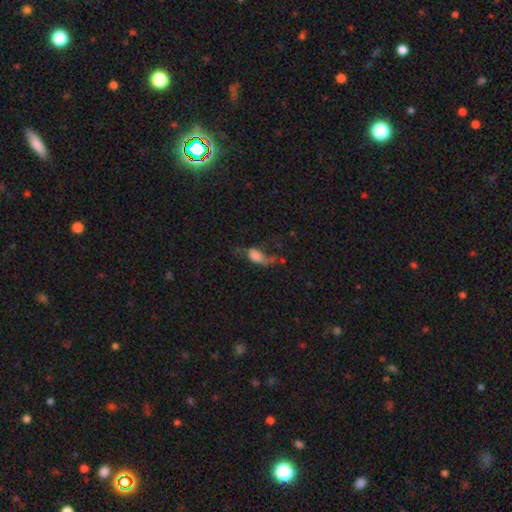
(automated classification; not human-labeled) A smooth galaxy with no disk features (61%) that is in between round and cigar-shaped (80%).

Vote fractions:
- Smooth or featured? smooth: 61% / featured or disk: 27% / star or artifact: 12%
- How rounded? in between: 80% / cigar-shaped: 12% / round: 8%
- Merging? major disturbance: 48% / none: 22% / minor disturbance: 21% / merger: 9%